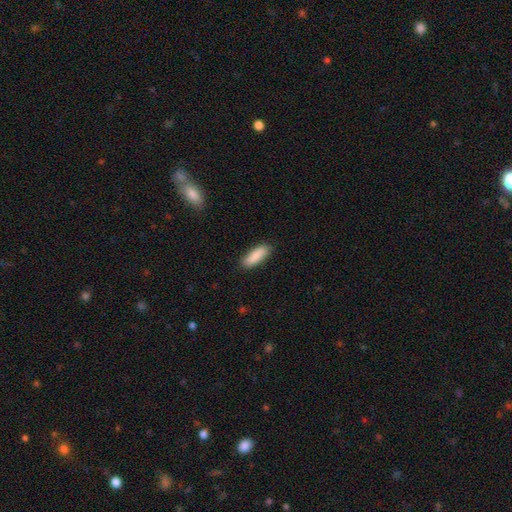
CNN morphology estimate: A smooth galaxy with no disk features (87%) that is in between round and cigar-shaped (56%).

Vote fractions:
- Smooth or featured? smooth: 87% / featured or disk: 7% / star or artifact: 6%
- How rounded? in between: 56% / cigar-shaped: 42% / round: 2%
- Merging? none: 87% / minor disturbance: 10% / major disturbance: 2% / merger: 1%